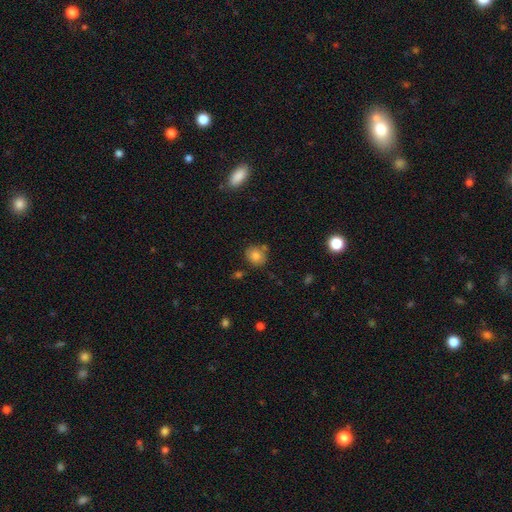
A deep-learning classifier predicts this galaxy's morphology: This is likely a smooth galaxy (80%). How rounded: likely round (74%). Merging: likely none (76%).